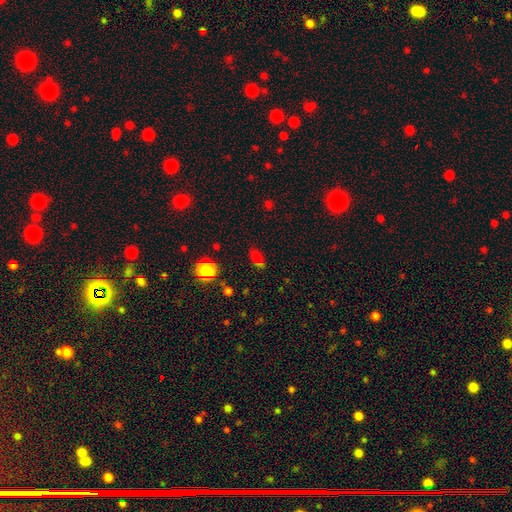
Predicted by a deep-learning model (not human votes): Smooth or featured: smooth — 55% (star or artifact — 37%)
How rounded: in between — 72% (round — 21%)
Merging: none — 63% (minor disturbance — 17%)